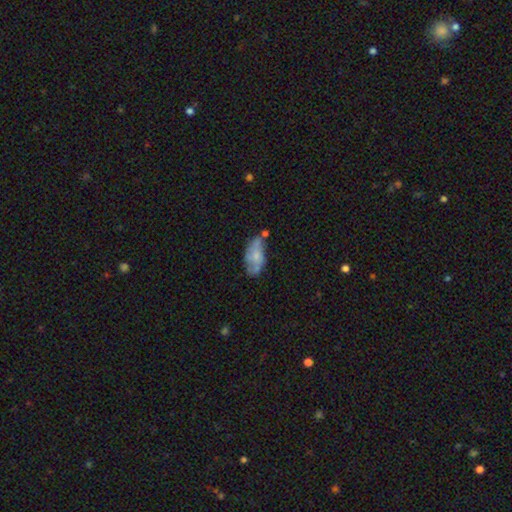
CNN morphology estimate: A smooth galaxy with no disk features (55%) that is in between round and cigar-shaped (90%). Merging: none (42%).